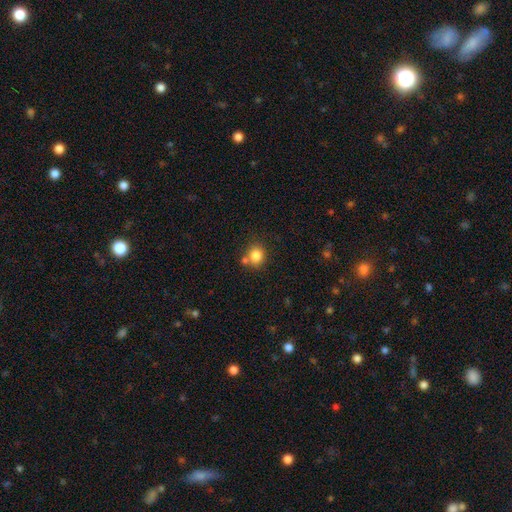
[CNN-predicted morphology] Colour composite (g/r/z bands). It shows a smooth galaxy with no disk features (83%) that is round (79%). Merging: none (67%).